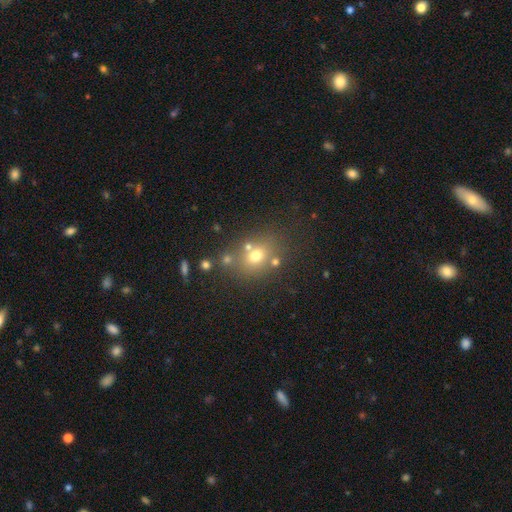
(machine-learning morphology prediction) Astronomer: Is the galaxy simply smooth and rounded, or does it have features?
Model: smooth — 67%.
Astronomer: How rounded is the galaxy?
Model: round — 57% (runner-up: in between, 42%).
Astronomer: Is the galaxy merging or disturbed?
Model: none — 67%.